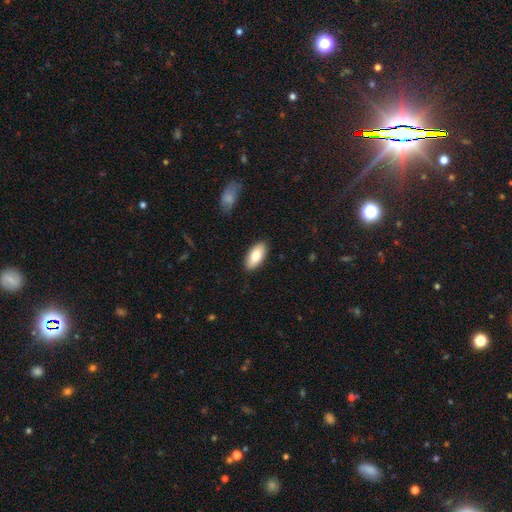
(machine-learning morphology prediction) Smooth or featured: smooth — 82% (featured or disk — 12%)
How rounded: in between — 91% (cigar-shaped — 6%)
Merging: none — 88% (minor disturbance — 9%)